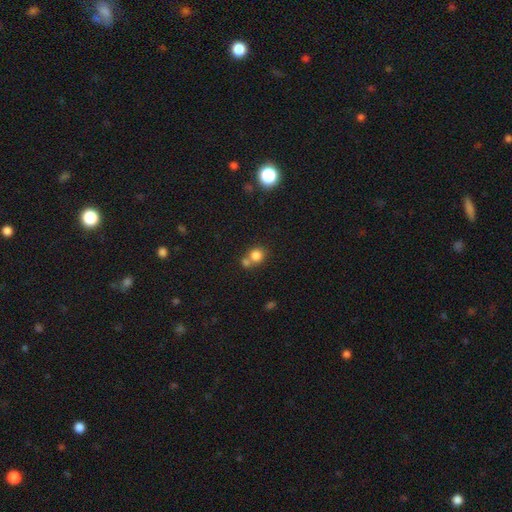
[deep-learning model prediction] smooth 81%, star or artifact 12%, featured or disk 7%. Down the decision tree: how rounded — round (84%); merging — none (49%).